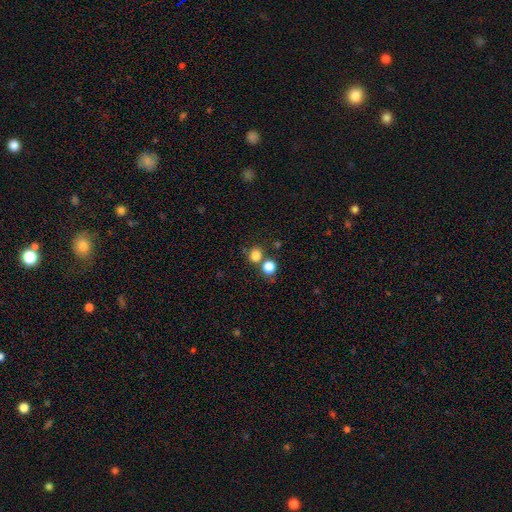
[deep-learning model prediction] Overall: smooth (80%). How rounded: round (74%). Merging: none (62%; merger 25%).